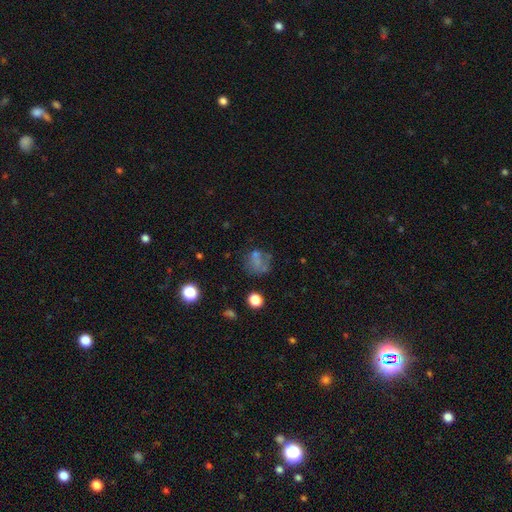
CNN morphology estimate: Overall: smooth (44%; star or artifact 29%). Merging: none (47%; major disturbance 23%).